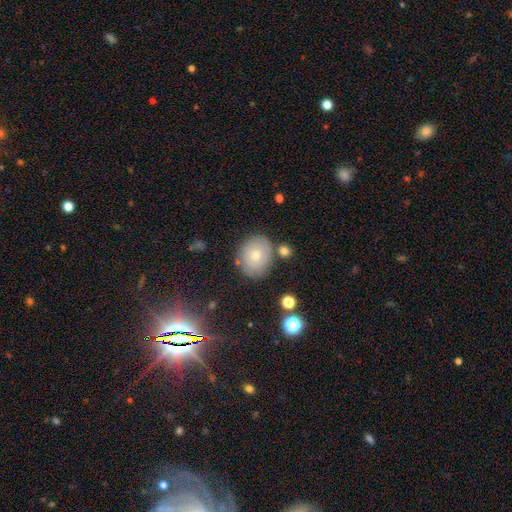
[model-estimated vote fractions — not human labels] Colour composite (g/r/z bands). It shows a smooth galaxy with no disk features (70%) that is round (65%). Merging: none (77%).